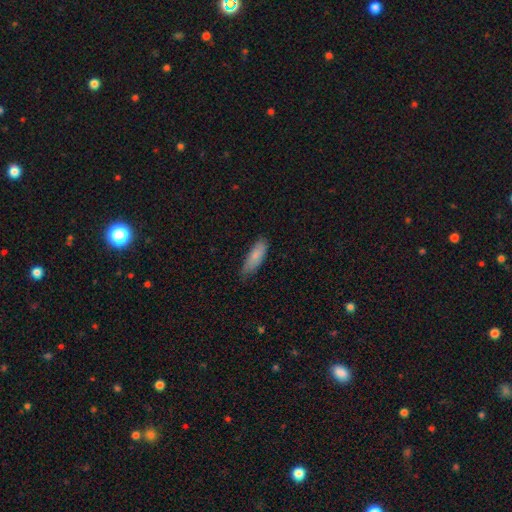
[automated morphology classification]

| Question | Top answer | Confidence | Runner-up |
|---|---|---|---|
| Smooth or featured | smooth | 82% | featured or disk (12%) |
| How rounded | in between | 60% | cigar-shaped (39%) |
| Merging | none | 72% | minor disturbance (24%) |